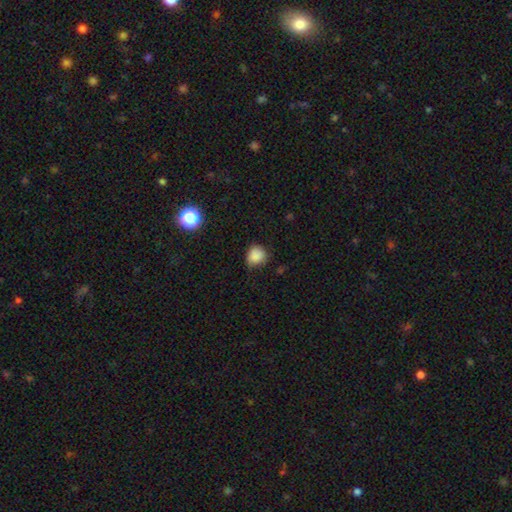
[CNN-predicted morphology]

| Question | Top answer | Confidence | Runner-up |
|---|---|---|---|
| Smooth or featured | smooth | 85% | star or artifact (11%) |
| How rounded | round | 77% | in between (22%) |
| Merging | none | 65% | minor disturbance (28%) |